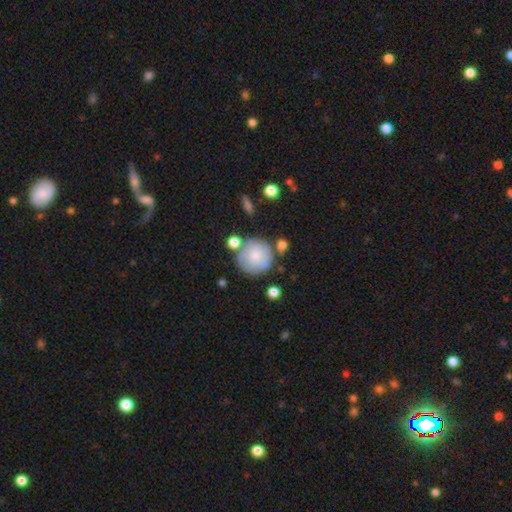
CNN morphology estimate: A smooth galaxy with no disk features (69%) that is round (93%).

Vote fractions:
- Smooth or featured? smooth: 69% / featured or disk: 23% / star or artifact: 7%
- How rounded? round: 93% / in between: 6% / cigar-shaped: 1%
- Merging? none: 64% / minor disturbance: 18% / merger: 11% / major disturbance: 7%